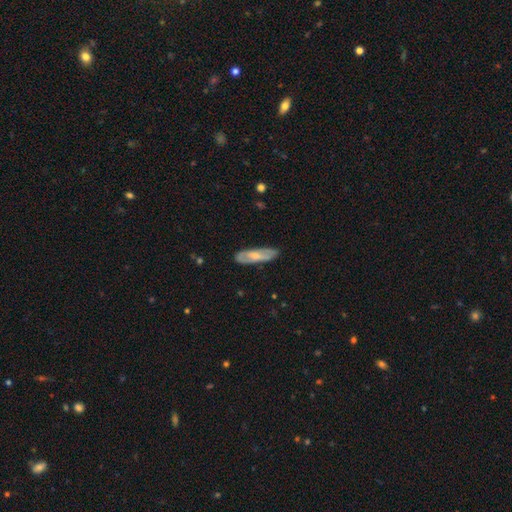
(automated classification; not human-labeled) Smooth or featured? Predicted: featured or disk (p=0.50). Merging? Predicted: none (p=0.83).